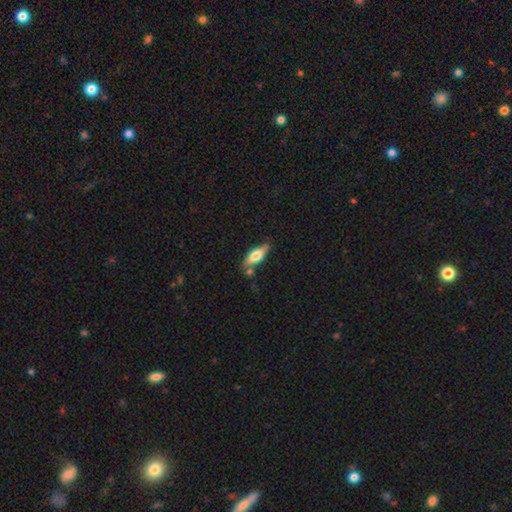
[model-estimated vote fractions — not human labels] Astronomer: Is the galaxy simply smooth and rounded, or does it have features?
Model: smooth — 57% (runner-up: featured or disk, 37%).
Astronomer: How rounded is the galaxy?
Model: in between — 58% (runner-up: cigar-shaped, 39%).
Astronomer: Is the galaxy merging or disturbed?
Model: none — 67%.